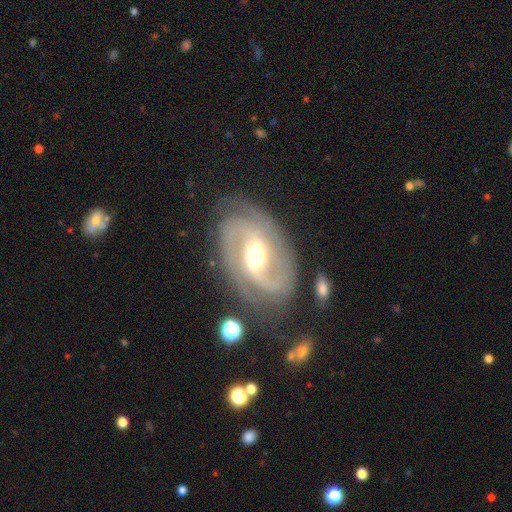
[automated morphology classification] Smooth or featured? Predicted: featured or disk (p=0.90). Edge-on disk? Predicted: no (p=0.97). Bar? Predicted: weak (p=0.46). Spiral arms? Predicted: yes (p=0.97). Spiral winding? Predicted: medium (p=0.44). Spiral arm count? Predicted: 2 (p=0.68). Bulge size? Predicted: moderate (p=0.71). Merging? Predicted: none (p=0.75).